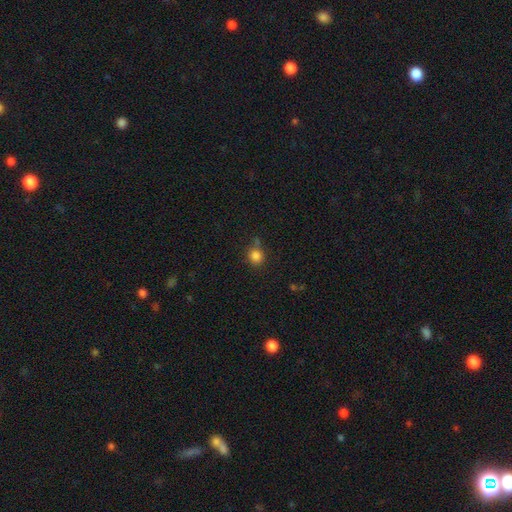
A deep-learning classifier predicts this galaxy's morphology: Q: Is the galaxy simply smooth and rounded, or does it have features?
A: smooth — 83%.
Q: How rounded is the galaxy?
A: round — 83%.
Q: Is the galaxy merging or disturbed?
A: none — 71%.